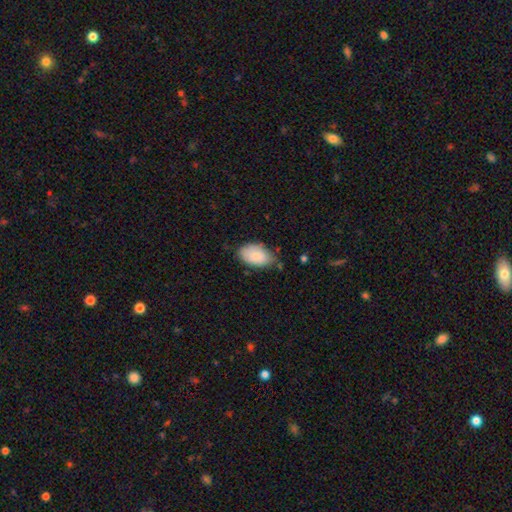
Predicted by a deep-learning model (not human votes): This is clearly a smooth galaxy (84%). How rounded: clearly in between (93%). Merging: likely none (64%).